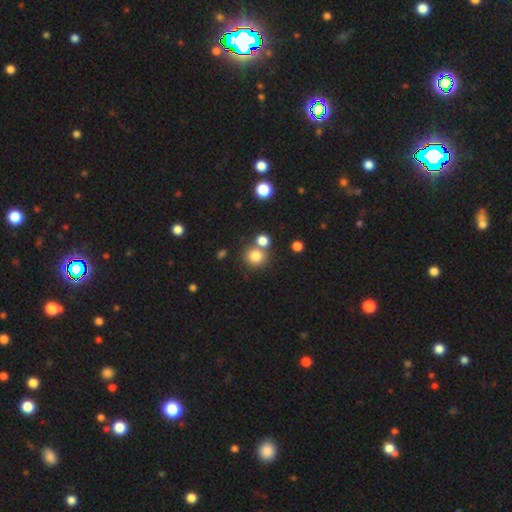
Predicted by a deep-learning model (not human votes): Smooth or featured? Predicted: smooth (p=0.80). How rounded? Predicted: round (p=0.86). Merging? Predicted: none (p=0.64).